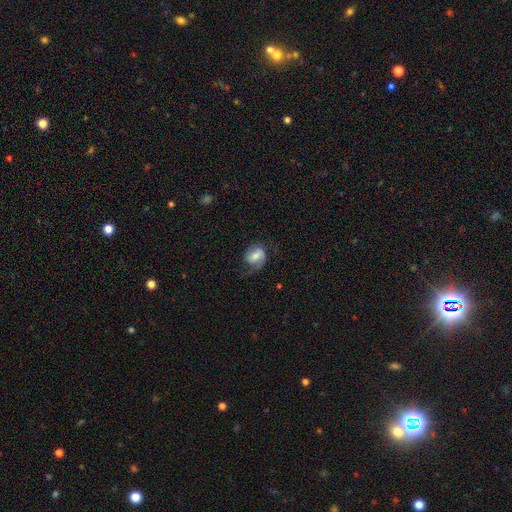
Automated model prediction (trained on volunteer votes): Smooth or featured: featured or disk — 55% (smooth — 38%)
Edge-on disk: no — 97% (yes — 3%)
Bar: weak — 44% (no — 32%)
Spiral arms: yes — 86% (no — 14%)
Bulge size: moderate — 50% (small — 29%)
Merging: none — 52% (major disturbance — 23%)